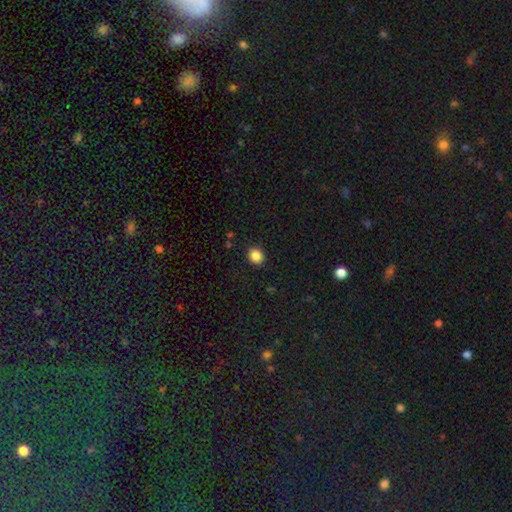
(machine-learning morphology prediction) type=smooth (86%); roundness=round (75%); merging=none (90%).